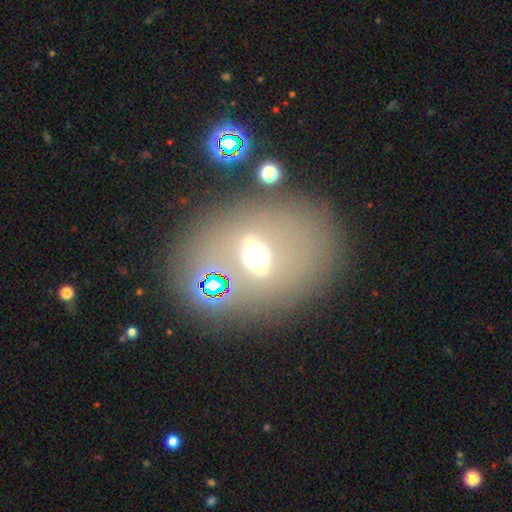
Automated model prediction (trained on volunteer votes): smooth-or-featured: featured or disk: 43% | smooth: 37% | star or artifact: 20%
  merging: none: 70% | minor disturbance: 12% | merger: 10% | major disturbance: 8%